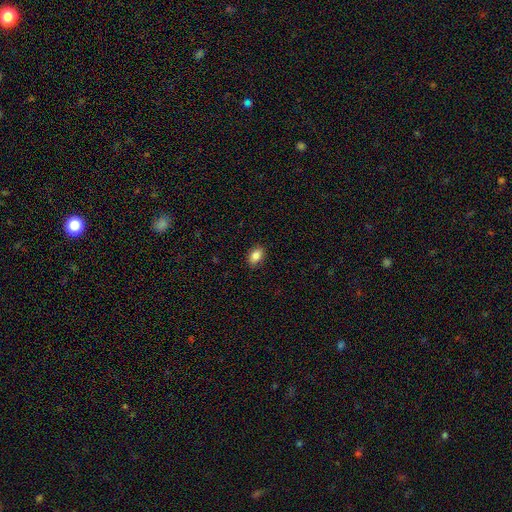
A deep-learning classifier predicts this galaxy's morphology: This is clearly a smooth galaxy (86%). How rounded: clearly in between (83%). Merging: clearly none (88%).